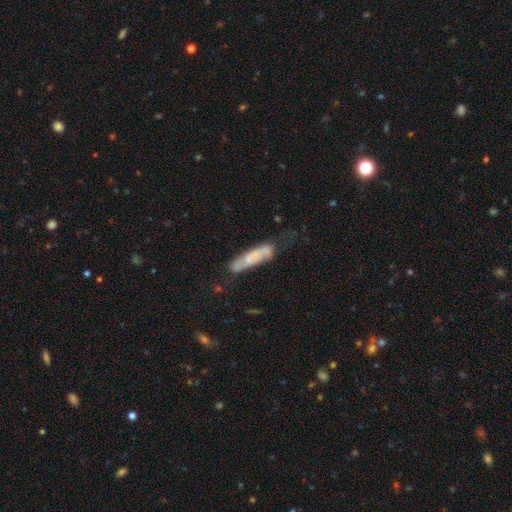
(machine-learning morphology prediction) Overall: smooth (50%; featured or disk 42%). Merging: none (54%; minor disturbance 28%).